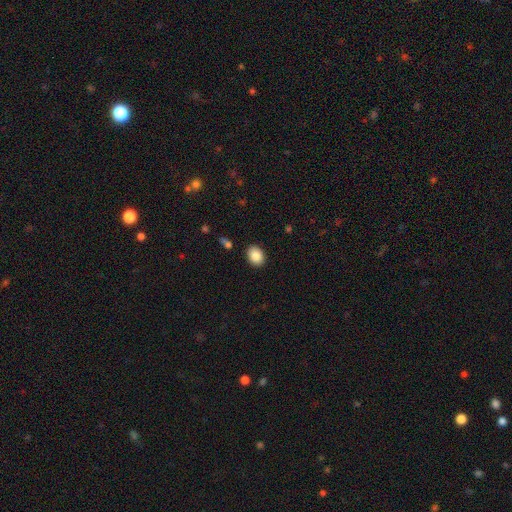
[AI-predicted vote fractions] The model was most divided on "how rounded": in between: 66%, round: 33%, cigar-shaped: 1%. More confident: merging — none (88%); smooth or featured — smooth (87%).